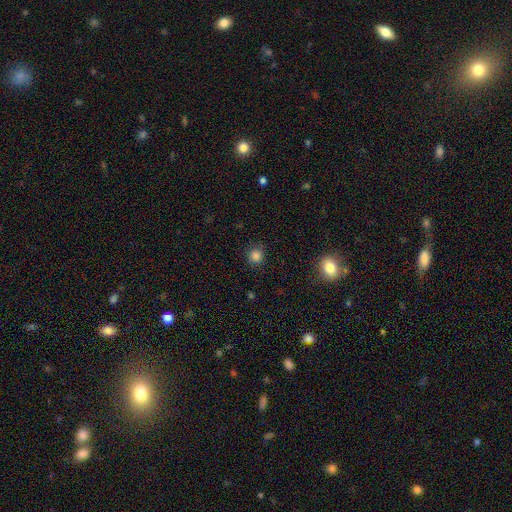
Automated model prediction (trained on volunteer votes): smooth-or-featured: smooth: 83% | star or artifact: 14% | featured or disk: 4%
  how-rounded: round: 90% | in between: 9% | cigar-shaped: 1%
  merging: none: 85% | minor disturbance: 11% | major disturbance: 3% | merger: 1%